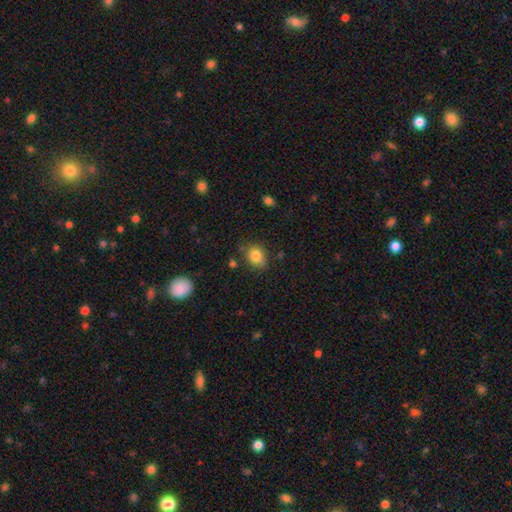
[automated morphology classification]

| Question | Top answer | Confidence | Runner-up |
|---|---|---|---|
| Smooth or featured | smooth | 83% | star or artifact (10%) |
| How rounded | in between | 57% | round (42%) |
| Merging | none | 74% | minor disturbance (18%) |